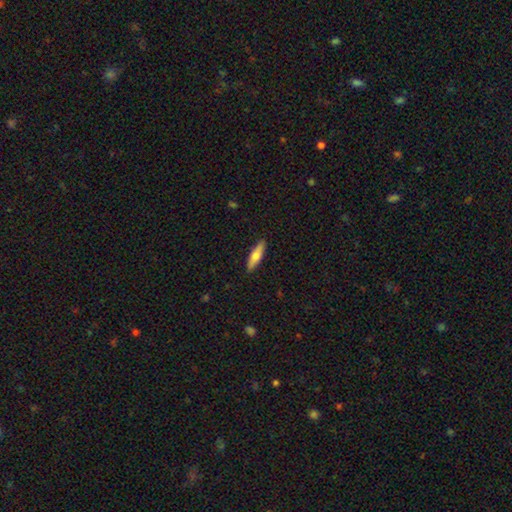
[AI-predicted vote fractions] Smooth or featured?
  - smooth: 62% *
  - featured or disk: 33%
  - star or artifact: 5%
How rounded?
  - cigar-shaped: 69% *
  - in between: 29%
  - round: 2%
Merging?
  - none: 90% *
  - minor disturbance: 8%
  - major disturbance: 2%
  - merger: 1%